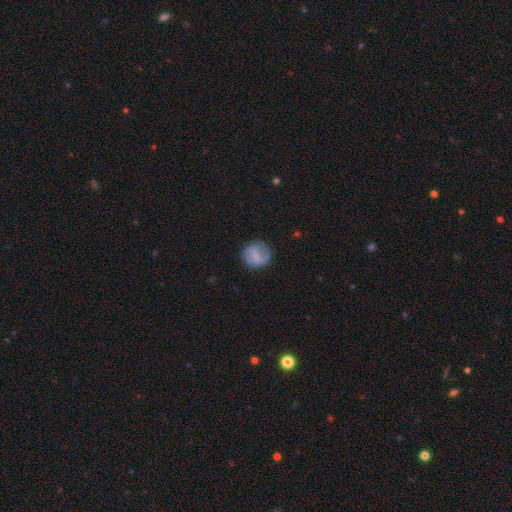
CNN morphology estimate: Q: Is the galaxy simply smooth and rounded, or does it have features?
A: featured or disk — 47%.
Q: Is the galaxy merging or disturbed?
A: none — 69%.